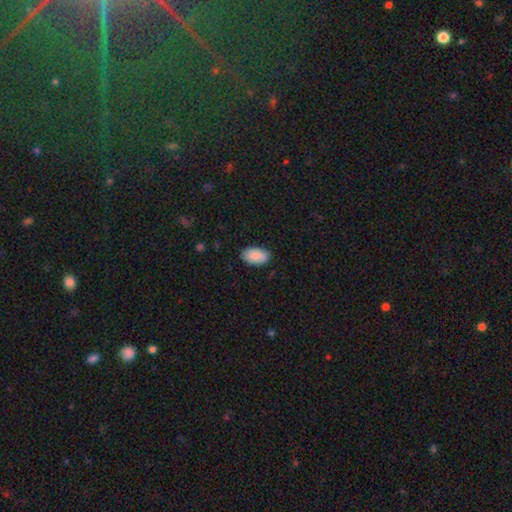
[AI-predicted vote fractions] Q: Smooth or featured?
A: smooth (87%); runner-up: featured or disk (7%)
Q: How rounded?
A: in between (95%); runner-up: round (3%)
Q: Merging?
A: none (87%); runner-up: minor disturbance (10%)